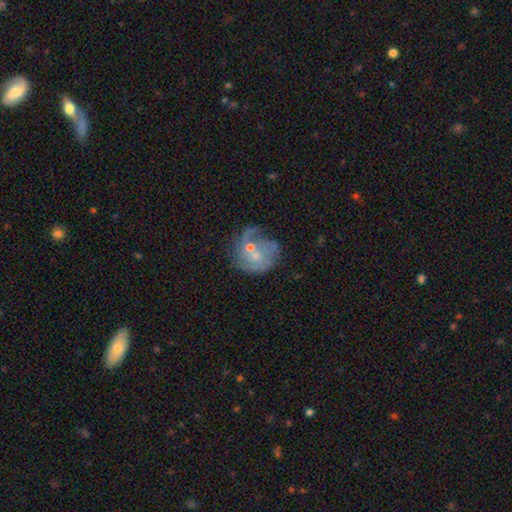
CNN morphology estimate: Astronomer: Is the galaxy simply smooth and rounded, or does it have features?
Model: featured or disk — 60%.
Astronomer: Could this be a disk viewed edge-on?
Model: no — 98%.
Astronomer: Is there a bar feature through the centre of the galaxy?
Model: no — 78%.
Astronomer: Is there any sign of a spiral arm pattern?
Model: yes — 65%.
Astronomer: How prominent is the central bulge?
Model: small — 51% (runner-up: moderate, 41%).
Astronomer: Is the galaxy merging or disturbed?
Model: none — 44% (runner-up: merger, 23%).